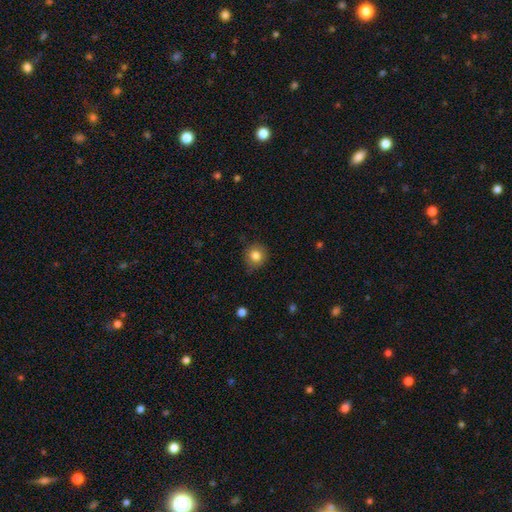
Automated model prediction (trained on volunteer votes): Smooth or featured? smooth (83%)
How rounded? round (86%)
Merging? none (80%)